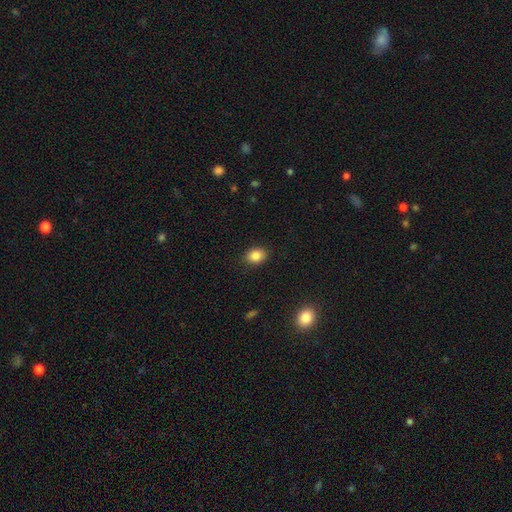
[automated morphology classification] smooth 86%, star or artifact 9%, featured or disk 5%. Down the decision tree: how rounded — in between (62%); merging — none (86%).